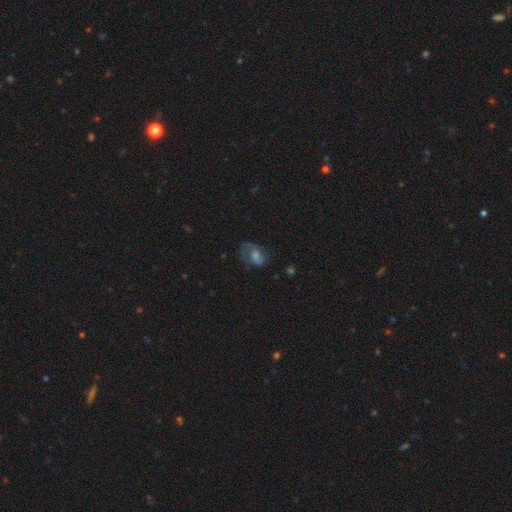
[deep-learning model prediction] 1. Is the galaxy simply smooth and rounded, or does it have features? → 53% featured or disk, 31% smooth, 16% star or artifact.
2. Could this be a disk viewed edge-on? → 96% no, 4% yes.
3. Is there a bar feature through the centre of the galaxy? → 50% no, 39% weak, 11% strong.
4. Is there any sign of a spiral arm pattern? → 77% yes, 23% no.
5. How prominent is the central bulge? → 45% moderate, 30% small, 14% large, 10% none, 2% dominant.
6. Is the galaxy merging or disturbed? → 59% none, 22% minor disturbance, 17% major disturbance, 2% merger.